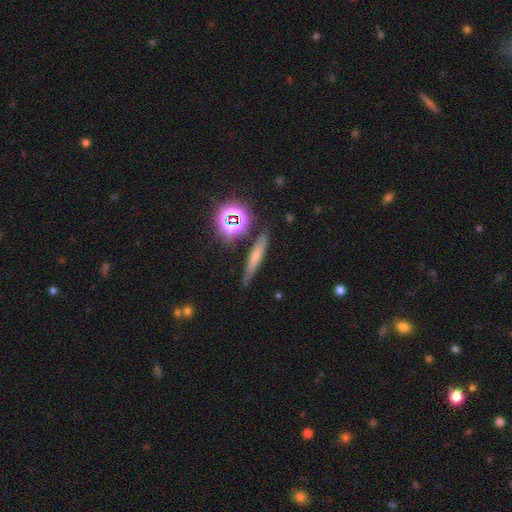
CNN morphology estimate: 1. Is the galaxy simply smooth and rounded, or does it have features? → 54% smooth, 29% featured or disk, 17% star or artifact.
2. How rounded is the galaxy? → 84% cigar-shaped, 9% in between, 7% round.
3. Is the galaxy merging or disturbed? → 82% none, 12% minor disturbance, 4% merger, 3% major disturbance.